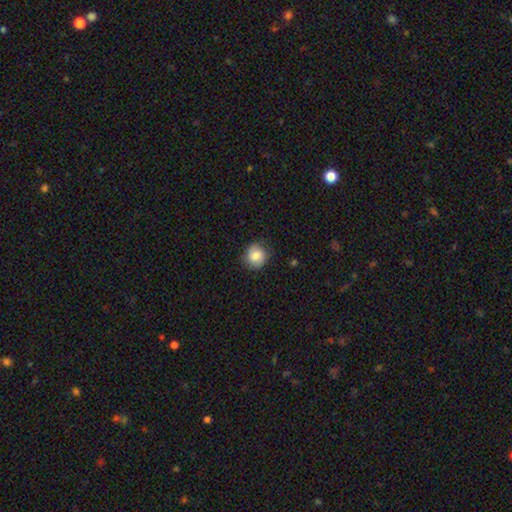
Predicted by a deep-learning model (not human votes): A smooth galaxy with no disk features (74%) that is round (83%).

Vote fractions:
- Smooth or featured? smooth: 74% / featured or disk: 17% / star or artifact: 8%
- How rounded? round: 83% / in between: 16% / cigar-shaped: 1%
- Merging? none: 80% / minor disturbance: 15% / major disturbance: 4% / merger: 1%